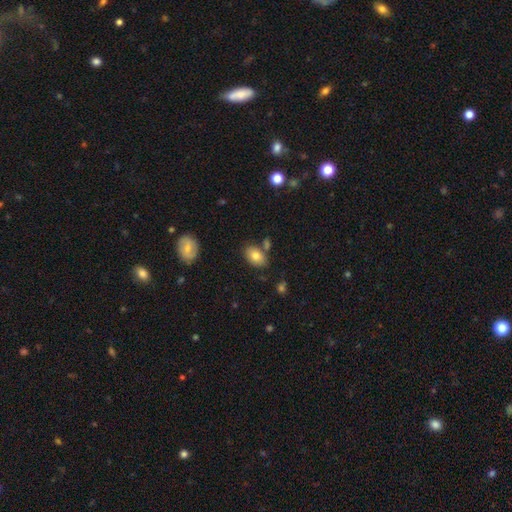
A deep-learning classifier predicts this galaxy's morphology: This appears to be a smooth galaxy with no disk features (80%) that is in between round and cigar-shaped (86%). Merging: none (74%).